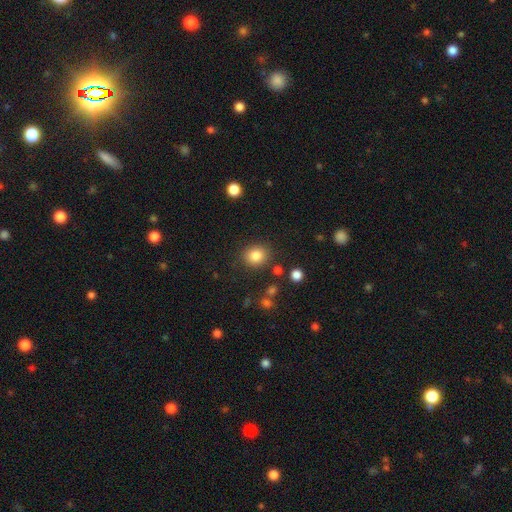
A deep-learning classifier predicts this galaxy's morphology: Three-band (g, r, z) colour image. It shows a smooth galaxy with no disk features (84%) that is round (74%). Merging: none (86%).